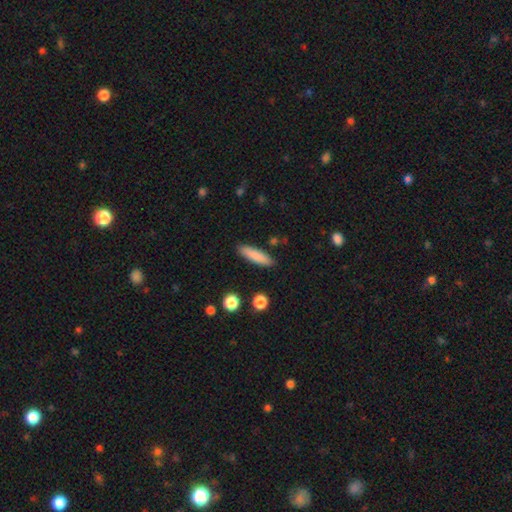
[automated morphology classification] smooth 85%, featured or disk 9%, star or artifact 6%. Down the decision tree: how rounded — cigar-shaped (72%); merging — none (88%).